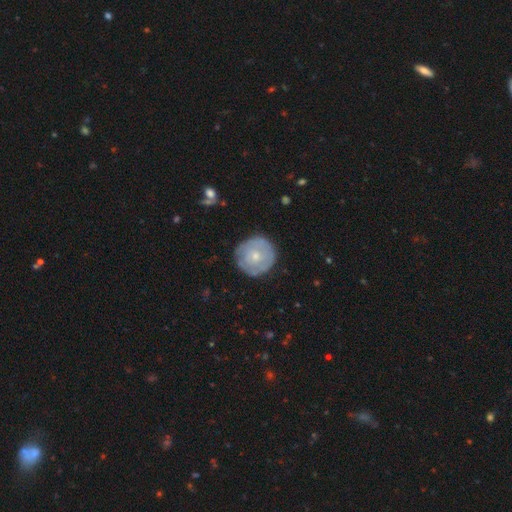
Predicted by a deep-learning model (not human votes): Overall: smooth (49%; featured or disk 45%). Merging: none (81%).